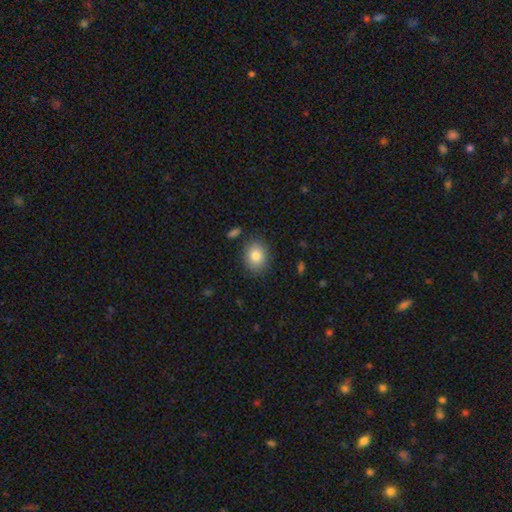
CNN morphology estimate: smooth-or-featured: smooth: 82% | featured or disk: 9% | star or artifact: 9%
  how-rounded: round: 53% | in between: 46% | cigar-shaped: 1%
  merging: none: 85% | minor disturbance: 10% | major disturbance: 3% | merger: 2%